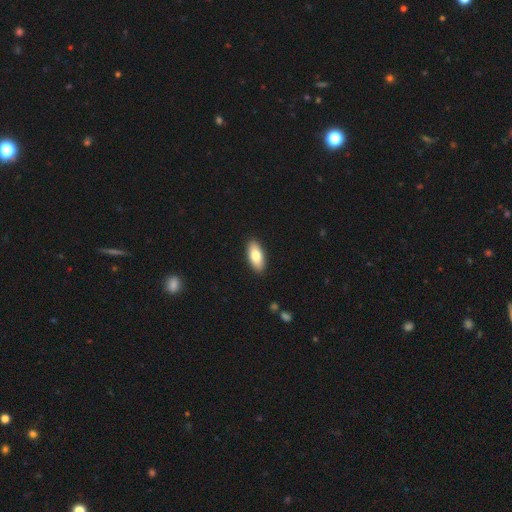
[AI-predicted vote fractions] The model was most divided on "smooth or featured": smooth: 78%, featured or disk: 16%, star or artifact: 6%. More confident: merging — none (90%); how rounded — in between (87%).